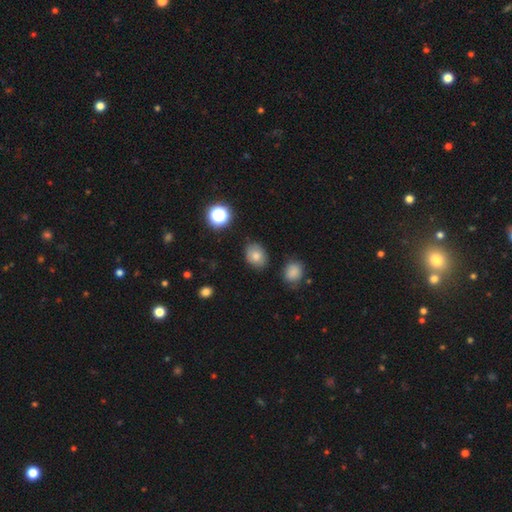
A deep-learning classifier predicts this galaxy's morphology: This appears to be a smooth galaxy with no disk features (79%) that is in between round and cigar-shaped (59%). Merging: none (81%).